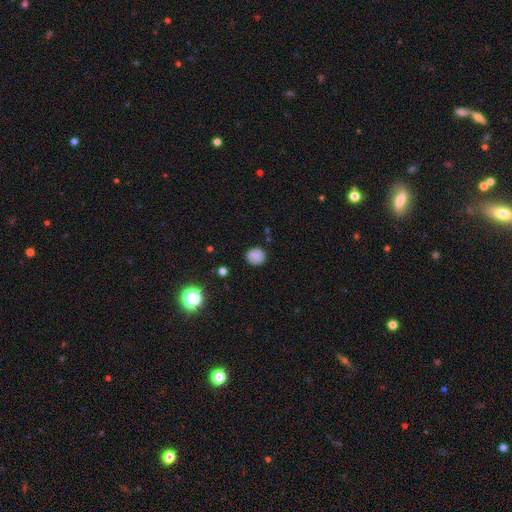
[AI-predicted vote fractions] smooth 83%, star or artifact 11%, featured or disk 6%. Down the decision tree: how rounded — round (83%); merging — none (84%).